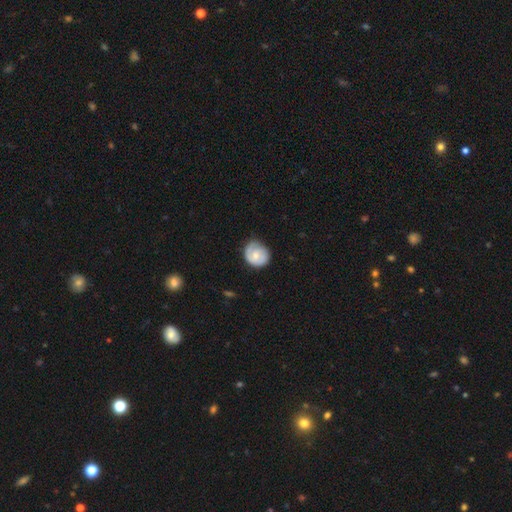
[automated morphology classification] Overall: featured or disk (50%; smooth 44%). Edge-on disk: no (98%). Merging: none (67%).